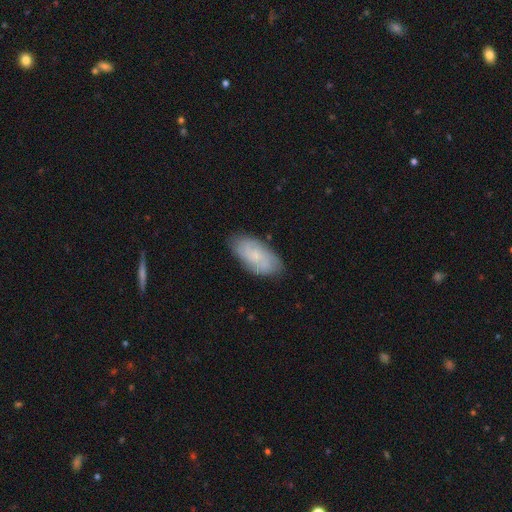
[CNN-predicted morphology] The model was most divided on "smooth or featured": smooth: 48%, featured or disk: 45%, star or artifact: 7%. More confident: merging — none (78%).